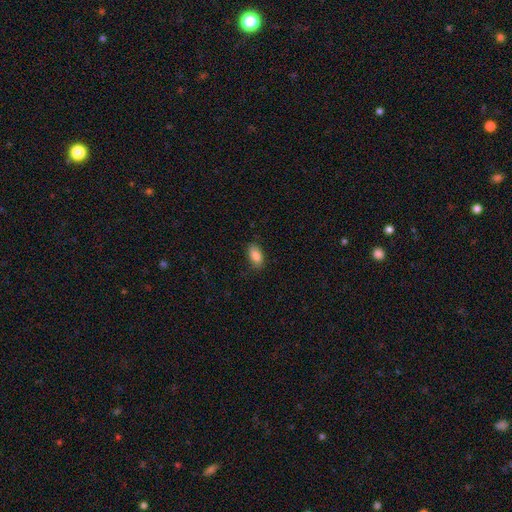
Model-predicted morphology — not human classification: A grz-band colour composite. It shows a smooth galaxy with no disk features (86%) that is in between round and cigar-shaped (90%). Merging: none (82%).